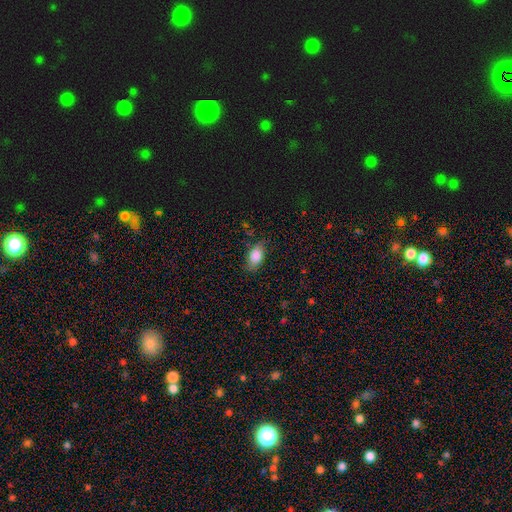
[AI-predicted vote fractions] Smooth or featured?
  - smooth: 84% *
  - featured or disk: 8%
  - star or artifact: 8%
How rounded?
  - in between: 89% *
  - round: 7%
  - cigar-shaped: 4%
Merging?
  - none: 77% *
  - minor disturbance: 18%
  - major disturbance: 4%
  - merger: 1%